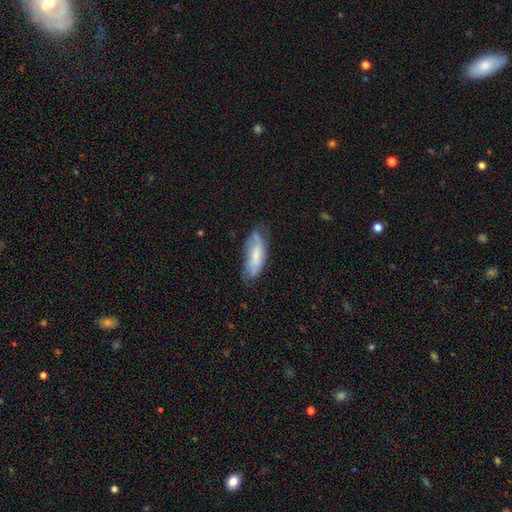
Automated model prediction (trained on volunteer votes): Overall: smooth (59%; featured or disk 34%). How rounded: in between (70%). Merging: none (55%; minor disturbance 32%).